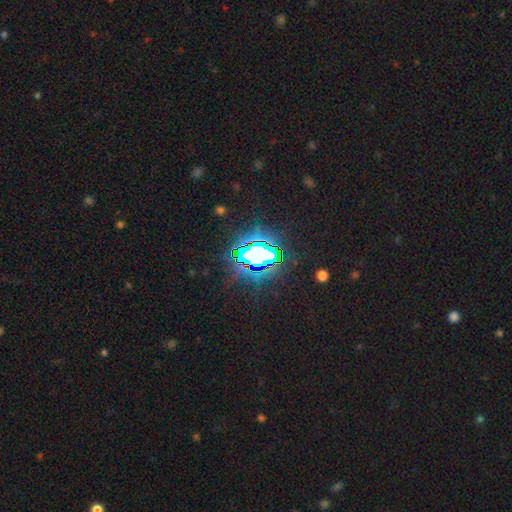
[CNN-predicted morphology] This is likely a star or artifact rather than a galaxy (74%).